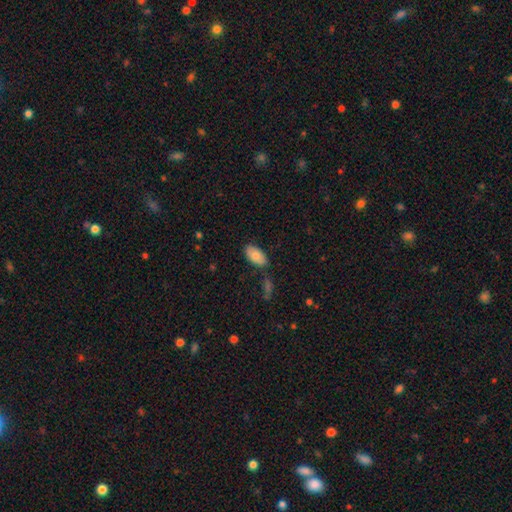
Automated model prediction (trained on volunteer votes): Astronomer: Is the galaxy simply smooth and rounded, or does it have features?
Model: smooth — 82%.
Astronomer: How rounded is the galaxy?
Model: in between — 94%.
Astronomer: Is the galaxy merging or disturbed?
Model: none — 77%.